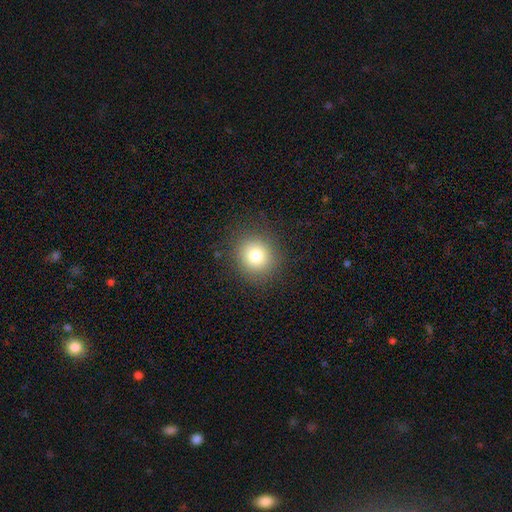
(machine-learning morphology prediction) This appears to be a smooth galaxy with no disk features (78%) that is round (88%). Merging: none (87%).